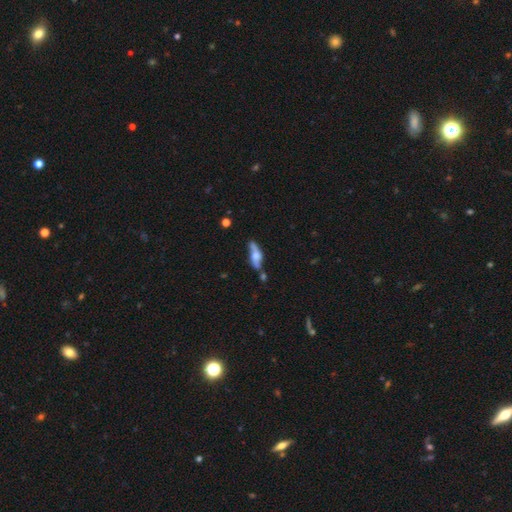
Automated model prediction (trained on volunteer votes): featured or disk 55%, smooth 37%, star or artifact 8%. Down the decision tree: edge-on disk — yes (61%); merging — none (53%).